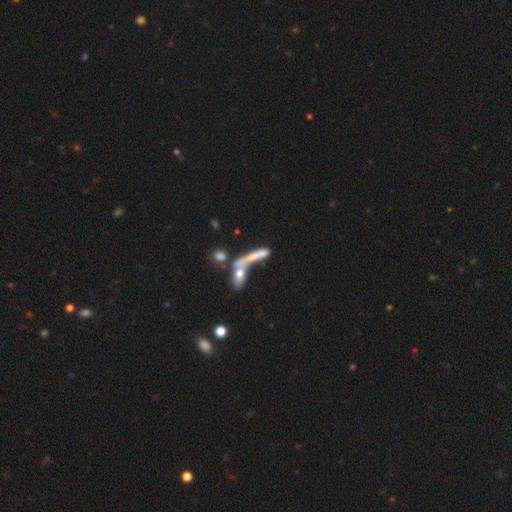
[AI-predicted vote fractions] A smooth galaxy with no disk features (54%) that is cigar-shaped (73%).

Vote fractions:
- Smooth or featured? smooth: 54% / featured or disk: 34% / star or artifact: 11%
- How rounded? cigar-shaped: 73% / in between: 22% / round: 5%
- Merging? merger: 51% / none: 23% / major disturbance: 16% / minor disturbance: 10%